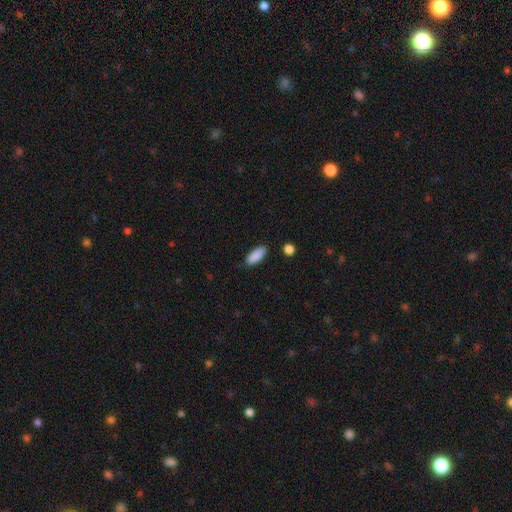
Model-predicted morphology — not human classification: Smooth or featured?
  - smooth: 89% *
  - star or artifact: 6%
  - featured or disk: 4%
How rounded?
  - in between: 81% *
  - cigar-shaped: 17%
  - round: 2%
Merging?
  - none: 83% *
  - minor disturbance: 13%
  - major disturbance: 2%
  - merger: 2%